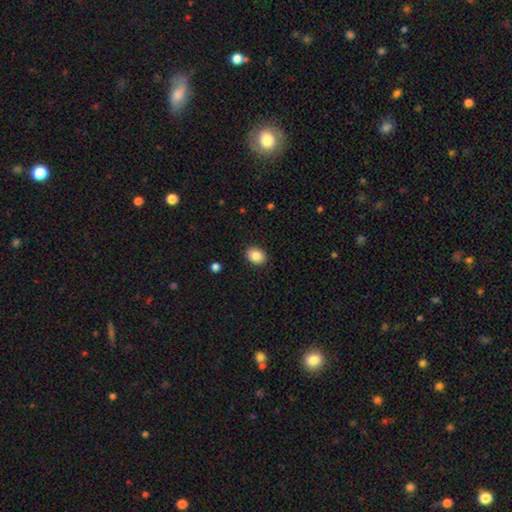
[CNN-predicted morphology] type=smooth (86%); roundness=in between (67%); merging=none (90%).